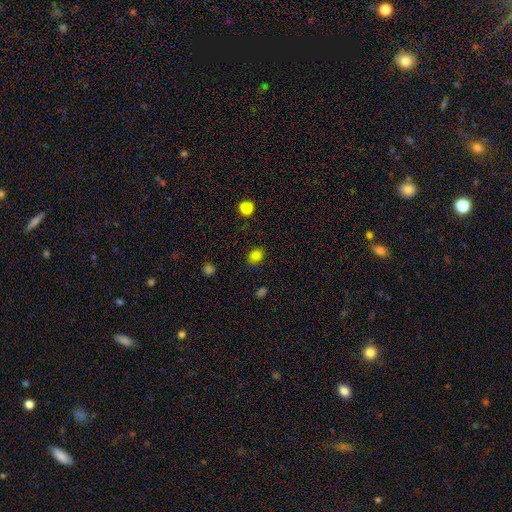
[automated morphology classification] This is clearly a smooth galaxy (82%). How rounded: possibly round (57%). Merging: clearly none (86%).